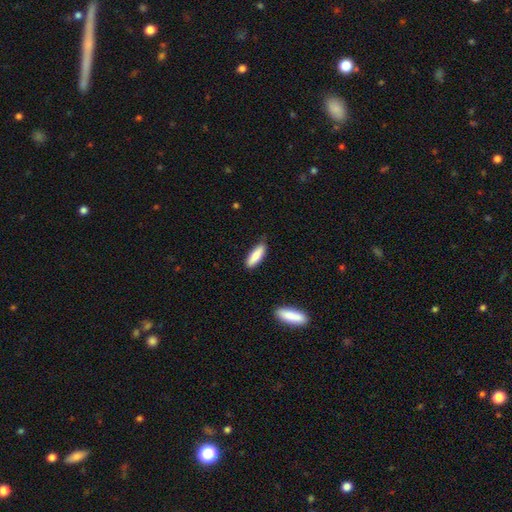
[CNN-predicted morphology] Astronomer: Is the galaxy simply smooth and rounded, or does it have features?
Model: smooth — 83%.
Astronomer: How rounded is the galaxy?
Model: cigar-shaped — 51% (runner-up: in between, 47%).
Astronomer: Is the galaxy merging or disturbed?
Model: none — 83%.